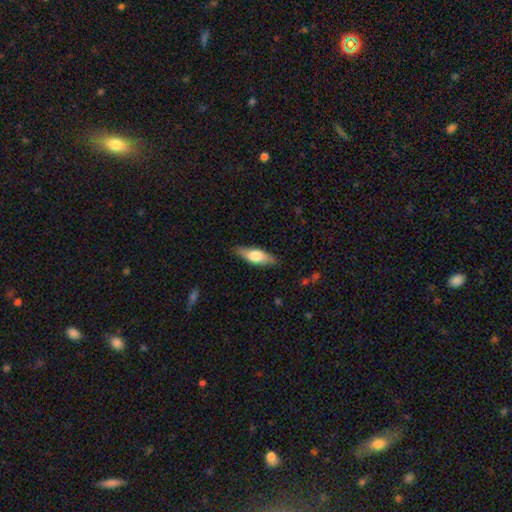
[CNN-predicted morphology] Smooth or featured? smooth (63%)
How rounded? in between (61%)
Merging? none (82%)